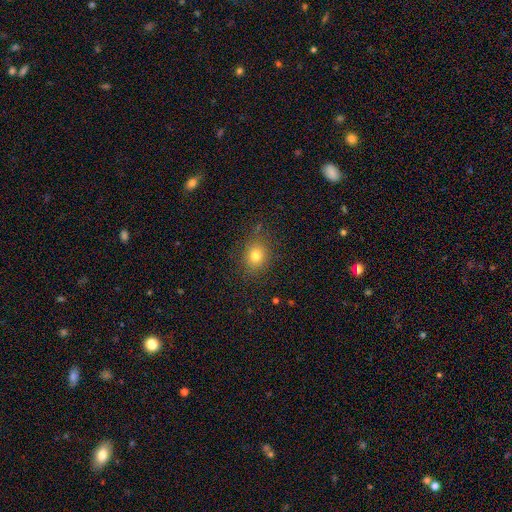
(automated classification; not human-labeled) smooth_or_featured: smooth (p=0.77) [alt: star or artifact p=0.14]
how_rounded: round (p=0.63) [alt: in between p=0.36]
merging: none (p=0.82) [alt: minor disturbance p=0.12]